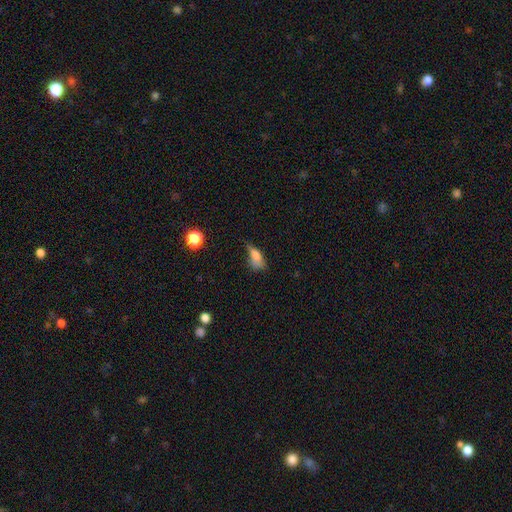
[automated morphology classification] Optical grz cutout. It shows a smooth galaxy with no disk features (72%) that is in between round and cigar-shaped (78%). Merging: minor disturbance (36%).